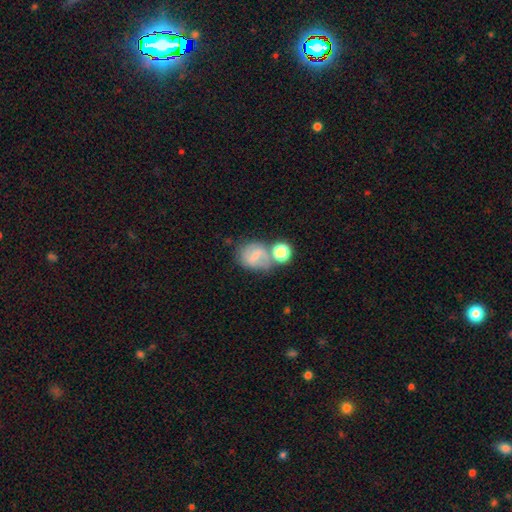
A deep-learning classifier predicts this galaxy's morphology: Q: Smooth or featured?
A: smooth (50%); runner-up: featured or disk (38%)
Q: How rounded?
A: round (57%); runner-up: in between (41%)
Q: Merging?
A: none (47%); runner-up: merger (26%)